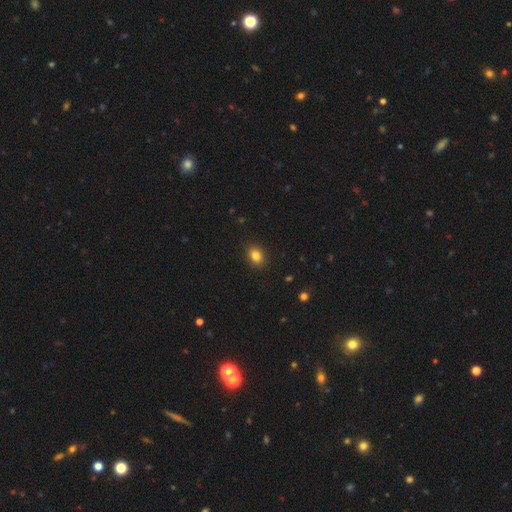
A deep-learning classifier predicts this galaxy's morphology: A smooth galaxy with no disk features (83%) that is in between round and cigar-shaped (65%). Merging: none (90%).